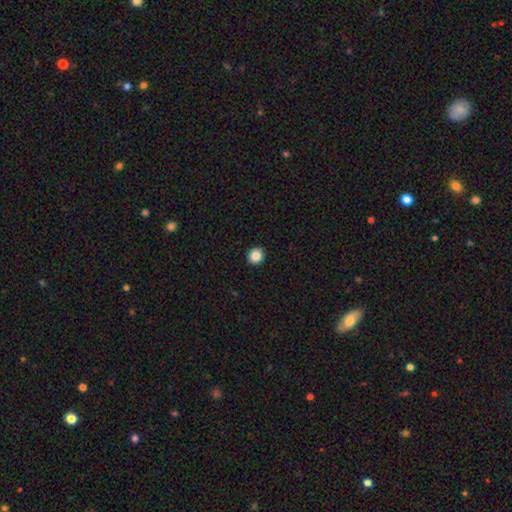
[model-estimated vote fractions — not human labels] smooth_or_featured: smooth (p=0.87) [alt: star or artifact p=0.10]
how_rounded: round (p=0.87) [alt: in between p=0.12]
merging: none (p=0.93) [alt: minor disturbance p=0.04]